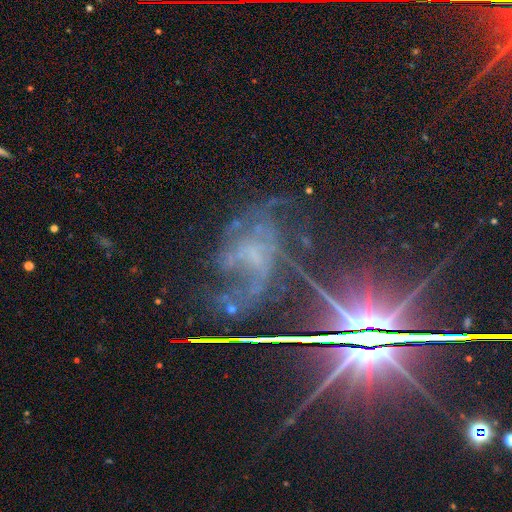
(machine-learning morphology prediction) Overall: featured or disk (57%; star or artifact 34%). Edge-on disk: no (92%). Bar: no (57%; weak 30%). Spiral arms: yes (85%). Bulge size: small (43%; none 34%). Merging: none (44%; major disturbance 31%).